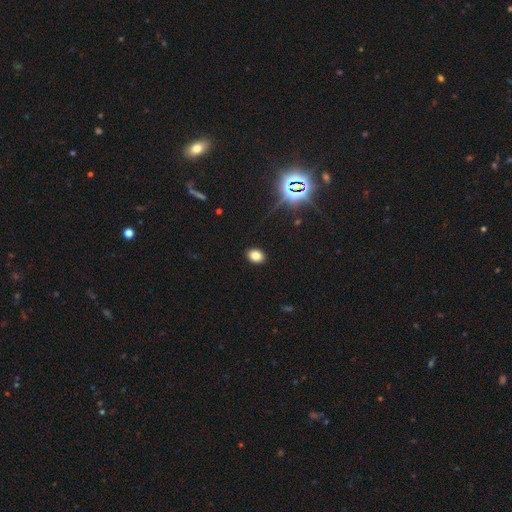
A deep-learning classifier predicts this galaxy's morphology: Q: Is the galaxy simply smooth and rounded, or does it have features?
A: smooth — 80%.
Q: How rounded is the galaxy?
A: in between — 63%.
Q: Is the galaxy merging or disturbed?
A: none — 90%.